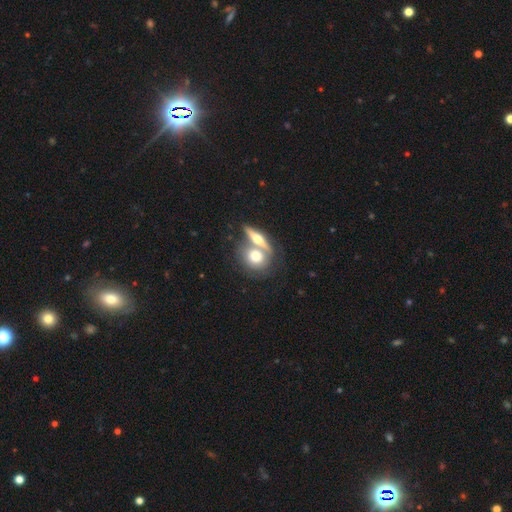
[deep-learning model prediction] This is possibly a smooth galaxy (56%). How rounded: possibly round (55%). Merging: marginally merger (45%).